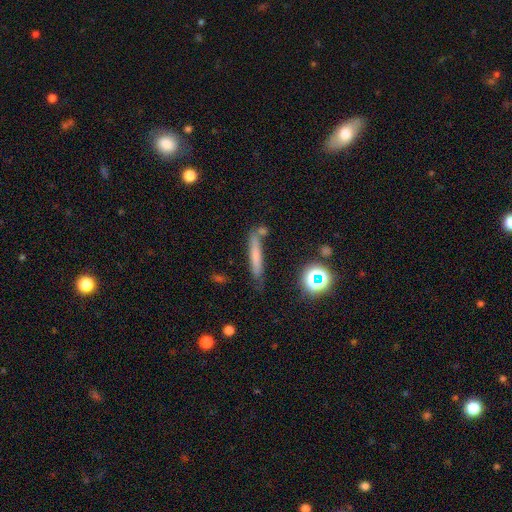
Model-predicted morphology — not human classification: This appears to be a smooth galaxy with no disk features (58%) that is cigar-shaped (90%). Merging: none (69%).